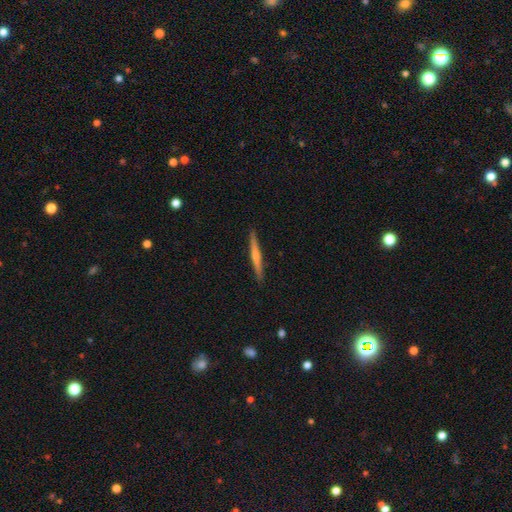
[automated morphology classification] Smooth or featured: smooth — 47% (tied with featured or disk — 47%)
Merging: none — 90% (minor disturbance — 7%)